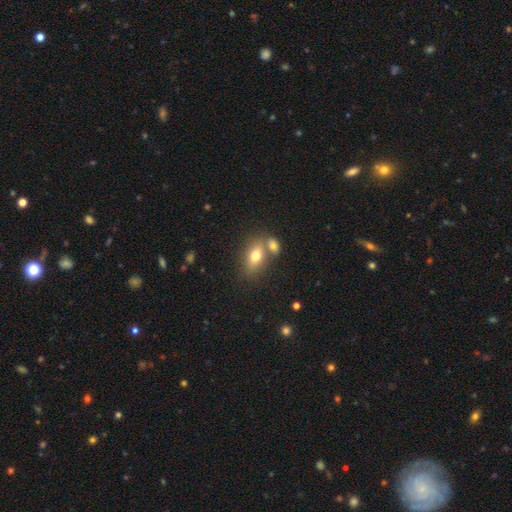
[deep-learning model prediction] Q: Smooth or featured?
A: smooth (73%); runner-up: featured or disk (18%)
Q: How rounded?
A: in between (83%); runner-up: round (12%)
Q: Merging?
A: none (49%); runner-up: merger (37%)